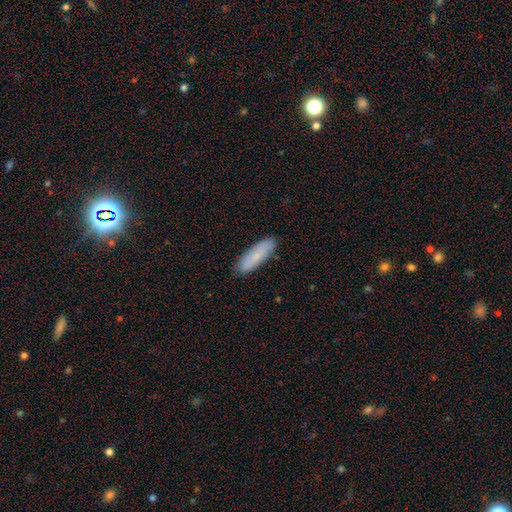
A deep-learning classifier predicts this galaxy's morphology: smooth 75%, featured or disk 18%, star or artifact 7%. Down the decision tree: how rounded — cigar-shaped (56%); merging — none (87%).